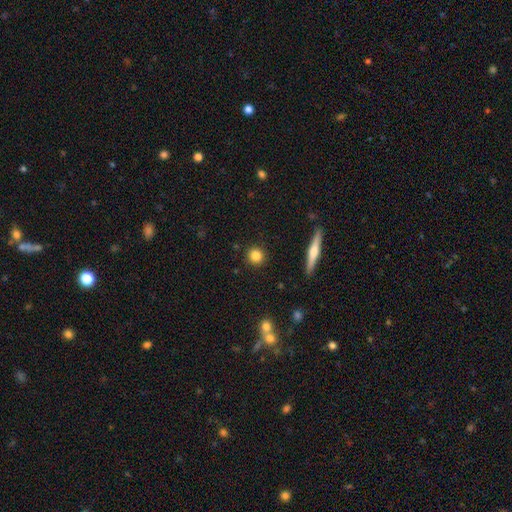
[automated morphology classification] smooth-or-featured: smooth: 83% | star or artifact: 9% | featured or disk: 8%
  how-rounded: round: 90% | in between: 8% | cigar-shaped: 2%
  merging: none: 91% | minor disturbance: 6% | major disturbance: 2% | merger: 1%